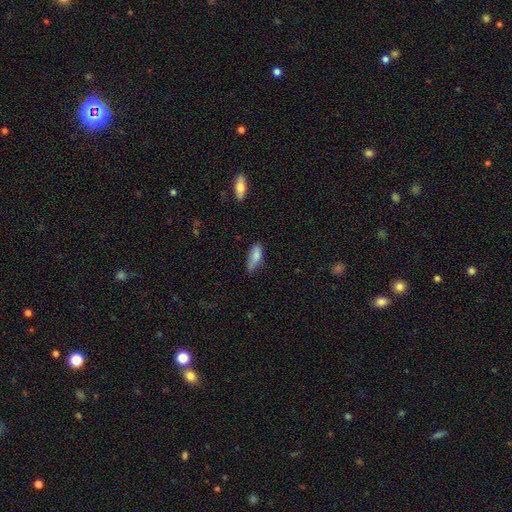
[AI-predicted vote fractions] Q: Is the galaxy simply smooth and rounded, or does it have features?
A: smooth — 84%.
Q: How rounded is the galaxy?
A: in between — 71%.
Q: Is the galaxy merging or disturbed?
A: none — 59%.